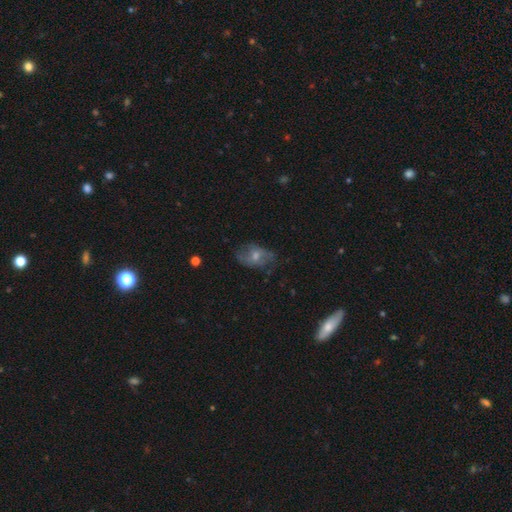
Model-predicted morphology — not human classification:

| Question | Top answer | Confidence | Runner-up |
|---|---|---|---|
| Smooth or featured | featured or disk | 61% | smooth (27%) |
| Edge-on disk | no | 93% | yes (7%) |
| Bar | no | 61% | weak (31%) |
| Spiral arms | yes | 77% | no (23%) |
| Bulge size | moderate | 50% | small (41%) |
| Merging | none | 67% | minor disturbance (21%) |